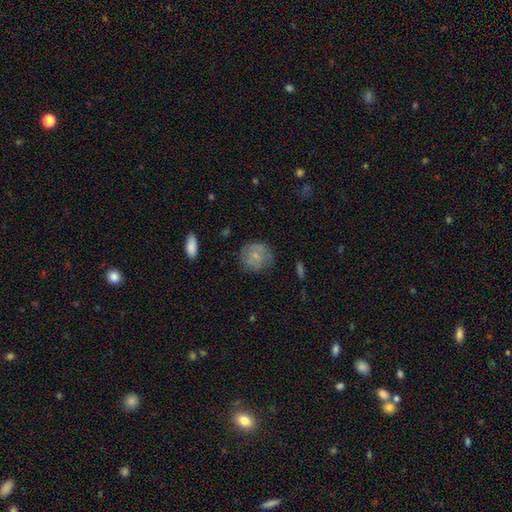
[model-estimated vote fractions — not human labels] smooth 61%, featured or disk 30%, star or artifact 9%. Down the decision tree: how rounded — round (80%); merging — none (65%).